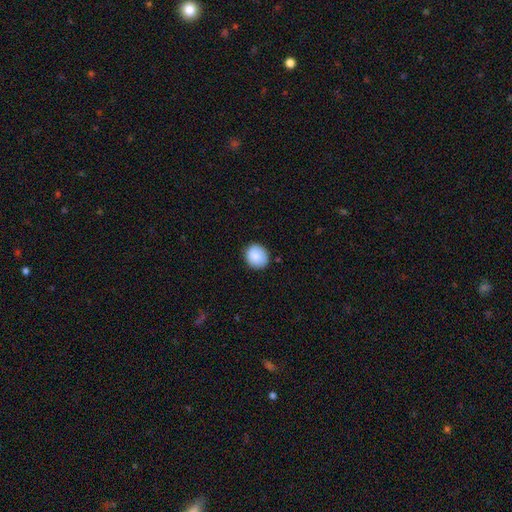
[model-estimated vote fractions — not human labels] Overall: smooth (89%). How rounded: round (79%). Merging: none (87%).